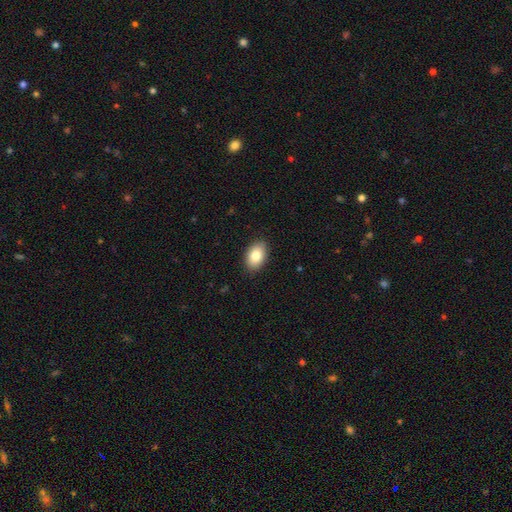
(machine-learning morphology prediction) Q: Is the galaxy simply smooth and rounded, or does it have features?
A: smooth — 84%.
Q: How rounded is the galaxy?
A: in between — 89%.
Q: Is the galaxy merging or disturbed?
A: none — 88%.